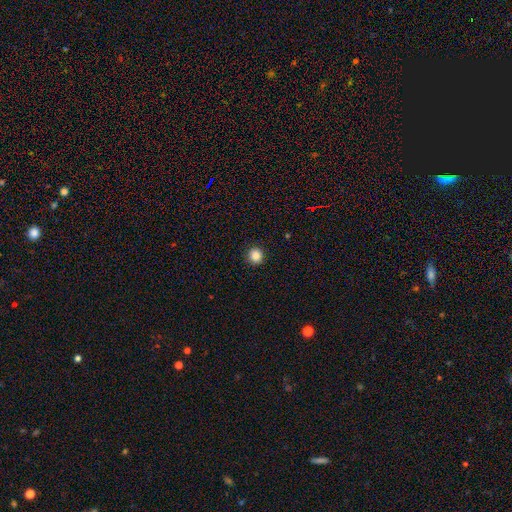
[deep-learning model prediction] Morphology: type=smooth (86%); roundness=round (92%); merging=none (92%).